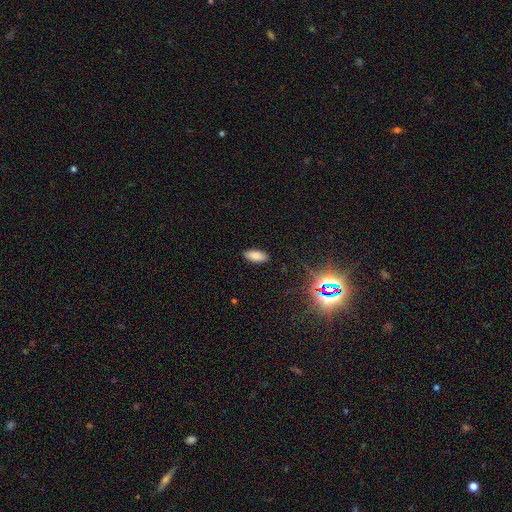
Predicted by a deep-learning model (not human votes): smooth 83%, star or artifact 11%, featured or disk 6%. Down the decision tree: how rounded — in between (86%); merging — none (88%).